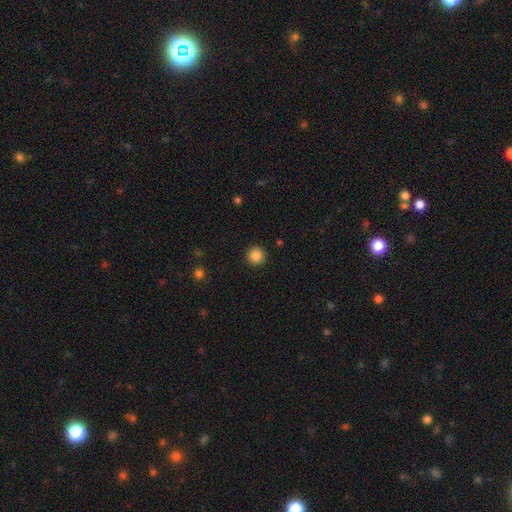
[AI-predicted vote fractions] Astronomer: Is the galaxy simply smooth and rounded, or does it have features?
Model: smooth — 86%.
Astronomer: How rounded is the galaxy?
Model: round — 95%.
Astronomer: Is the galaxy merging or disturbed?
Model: none — 92%.